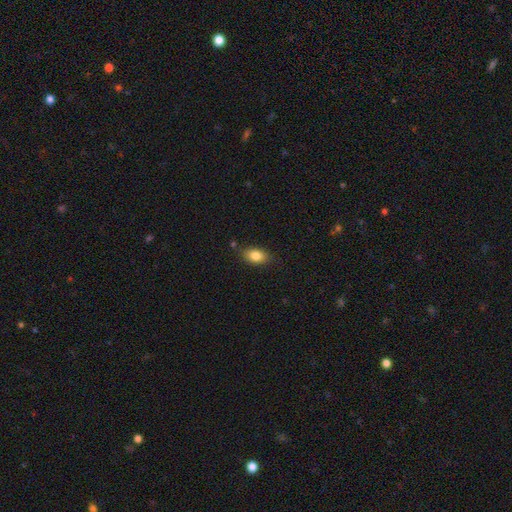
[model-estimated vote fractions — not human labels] Smooth or featured? smooth (83%)
How rounded? in between (85%)
Merging? none (79%)